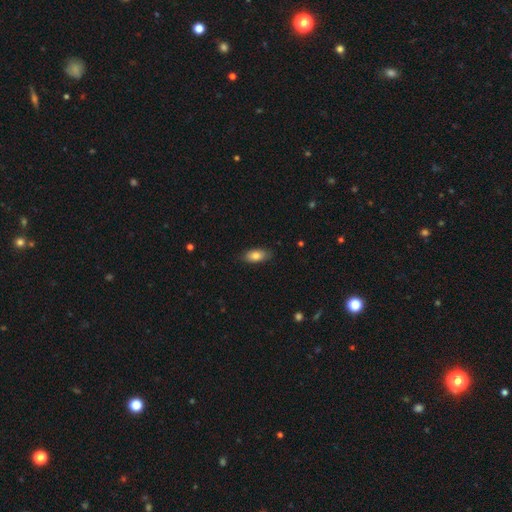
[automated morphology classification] Smooth or featured?
  - smooth: 81% *
  - featured or disk: 12%
  - star or artifact: 7%
How rounded?
  - in between: 89% *
  - cigar-shaped: 8%
  - round: 3%
Merging?
  - none: 84% *
  - minor disturbance: 13%
  - major disturbance: 2%
  - merger: 1%